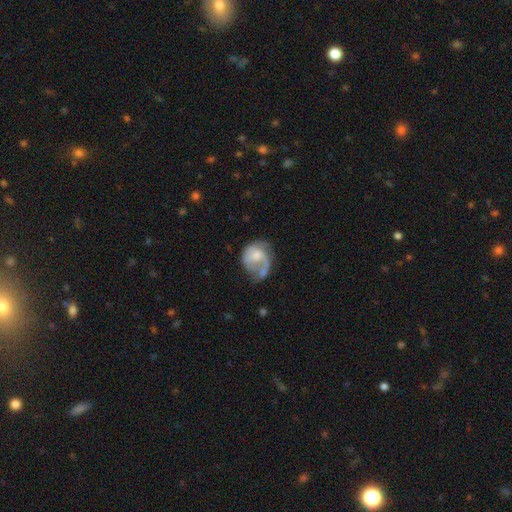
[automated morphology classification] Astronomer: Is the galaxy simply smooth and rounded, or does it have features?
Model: featured or disk — 66%.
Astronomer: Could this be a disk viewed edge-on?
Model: no — 98%.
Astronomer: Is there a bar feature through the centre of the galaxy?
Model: no — 65%.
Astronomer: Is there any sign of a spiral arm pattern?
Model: yes — 83%.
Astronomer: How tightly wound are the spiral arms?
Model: medium — 43% (runner-up: loose, 30%).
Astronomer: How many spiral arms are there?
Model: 2 — 48% (runner-up: 1, 34%).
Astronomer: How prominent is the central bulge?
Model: moderate — 45% (runner-up: small, 36%).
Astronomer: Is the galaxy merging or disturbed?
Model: none — 38% (runner-up: major disturbance, 28%).